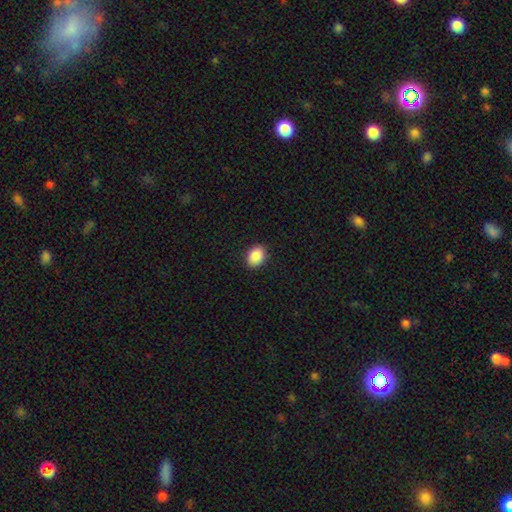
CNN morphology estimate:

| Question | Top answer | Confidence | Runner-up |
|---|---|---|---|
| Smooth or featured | smooth | 89% | star or artifact (8%) |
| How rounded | in between | 70% | round (29%) |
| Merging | none | 90% | minor disturbance (7%) |